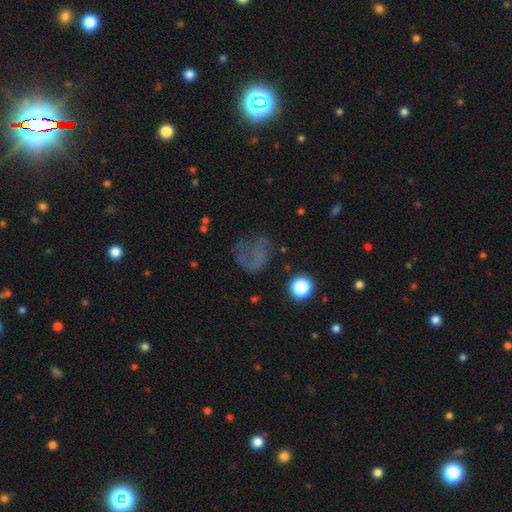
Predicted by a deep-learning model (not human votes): Smooth or featured?
  - smooth: 44% *
  - featured or disk: 34%
  - star or artifact: 22%
Merging?
  - none: 44% *
  - major disturbance: 32%
  - minor disturbance: 21%
  - merger: 3%